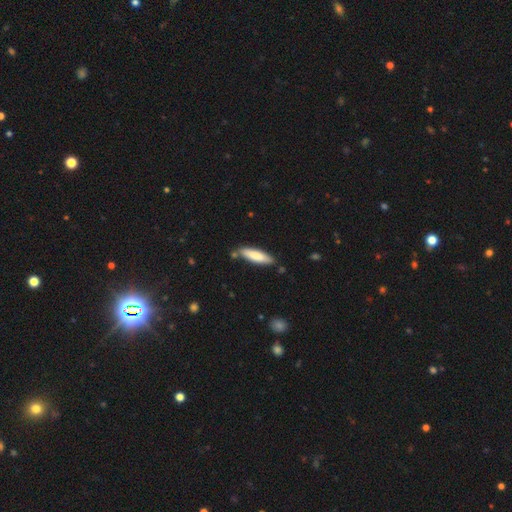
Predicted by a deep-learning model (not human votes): Morphology: type=smooth (78%); roundness=cigar-shaped (69%); merging=none (78%).